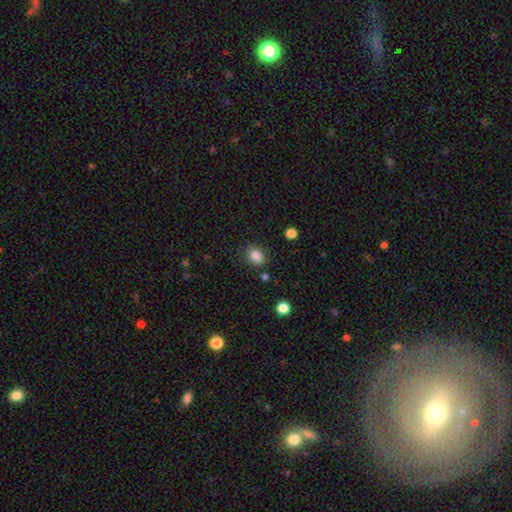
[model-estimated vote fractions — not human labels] The model was most divided on "how rounded": in between: 54%, round: 45%, cigar-shaped: 1%. More confident: smooth or featured — smooth (85%); merging — none (84%).